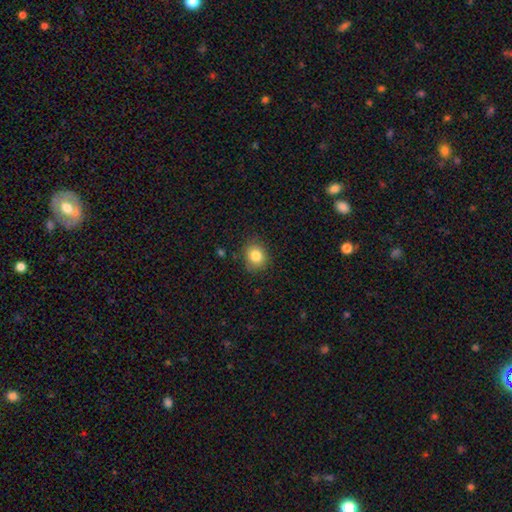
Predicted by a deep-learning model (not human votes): The model was most divided on "how rounded": round: 69%, in between: 30%, cigar-shaped: 1%. More confident: merging — none (85%); smooth or featured — smooth (84%).